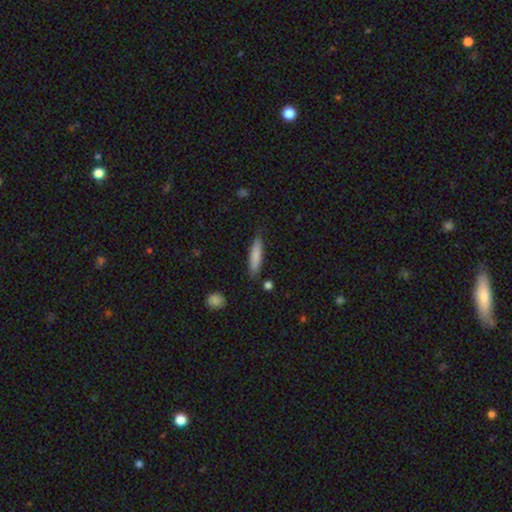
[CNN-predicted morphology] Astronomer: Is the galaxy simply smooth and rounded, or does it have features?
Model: smooth — 81%.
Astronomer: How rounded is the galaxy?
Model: cigar-shaped — 82%.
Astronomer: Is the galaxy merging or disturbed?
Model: none — 84%.